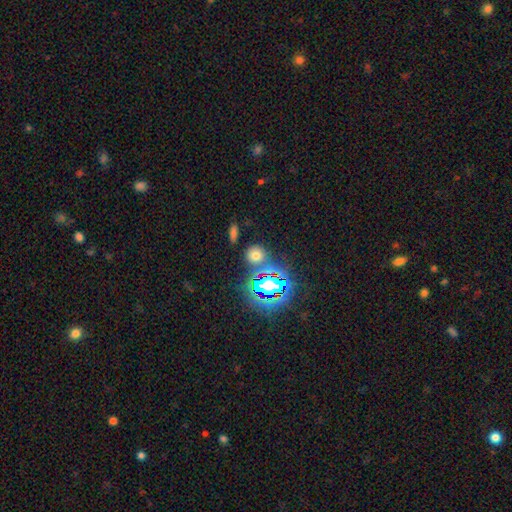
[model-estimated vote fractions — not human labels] Smooth or featured? smooth (58%)
How rounded? round (78%)
Merging? none (79%)